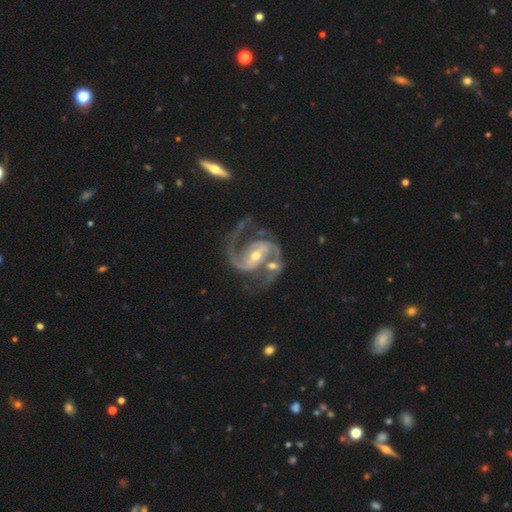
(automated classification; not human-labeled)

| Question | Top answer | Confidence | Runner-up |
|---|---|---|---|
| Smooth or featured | featured or disk | 93% | star or artifact (5%) |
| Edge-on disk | no | 97% | yes (3%) |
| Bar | strong | 54% | weak (30%) |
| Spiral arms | yes | 98% | no (2%) |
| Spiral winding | medium | 63% | tight (22%) |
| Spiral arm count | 2 | 92% | 3 (3%) |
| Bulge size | small | 52% | moderate (44%) |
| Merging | none | 61% | minor disturbance (16%) |